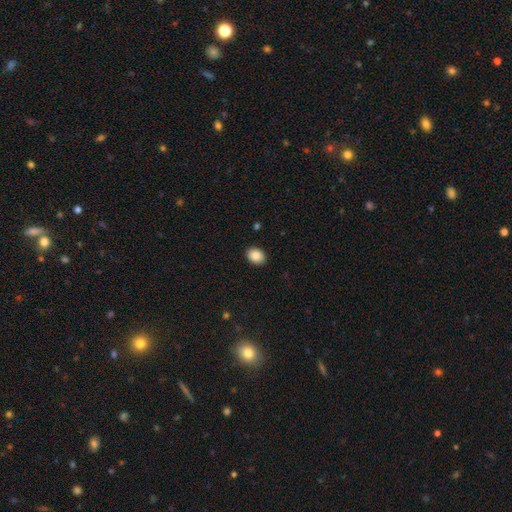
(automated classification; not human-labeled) Overall: smooth (86%). How rounded: in between (64%; round 35%). Merging: none (91%).